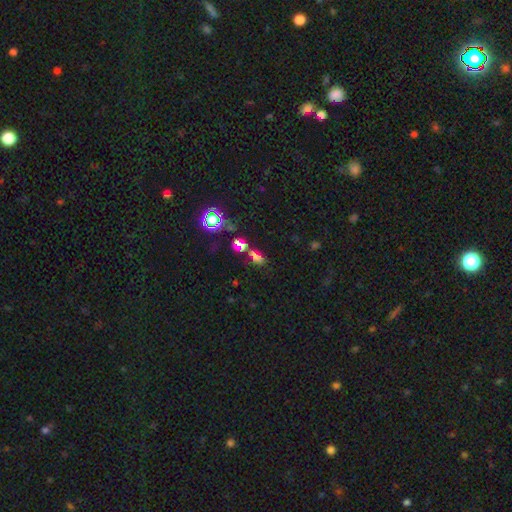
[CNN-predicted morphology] Smooth or featured?
  - smooth: 47% *
  - star or artifact: 42%
  - featured or disk: 10%
Merging?
  - none: 59% *
  - merger: 18%
  - minor disturbance: 15%
  - major disturbance: 8%